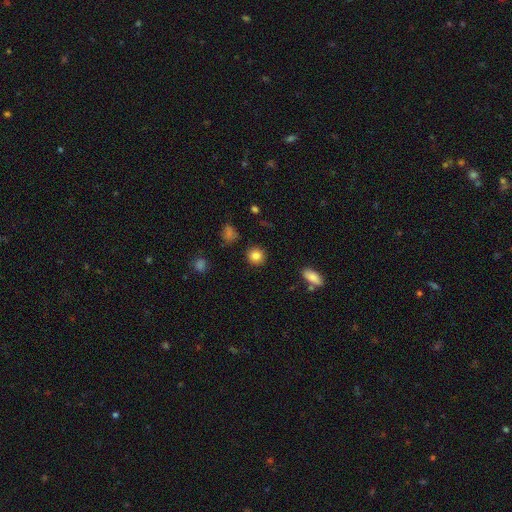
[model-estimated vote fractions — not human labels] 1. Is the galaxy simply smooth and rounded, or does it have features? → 85% smooth, 10% star or artifact, 5% featured or disk.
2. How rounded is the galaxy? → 89% round, 10% in between, 1% cigar-shaped.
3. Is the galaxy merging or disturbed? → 90% none, 6% minor disturbance, 2% major disturbance, 2% merger.